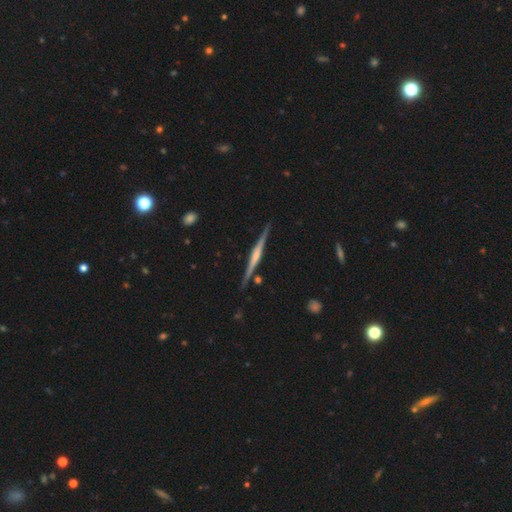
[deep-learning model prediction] Smooth or featured?
  - featured or disk: 78% *
  - smooth: 16%
  - star or artifact: 5%
Edge-on disk?
  - yes: 98% *
  - no: 2%
Edge-on bulge?
  - rounded: 55% *
  - boxy: 25%
  - none: 21%
Merging?
  - none: 88% *
  - minor disturbance: 8%
  - merger: 2%
  - major disturbance: 2%